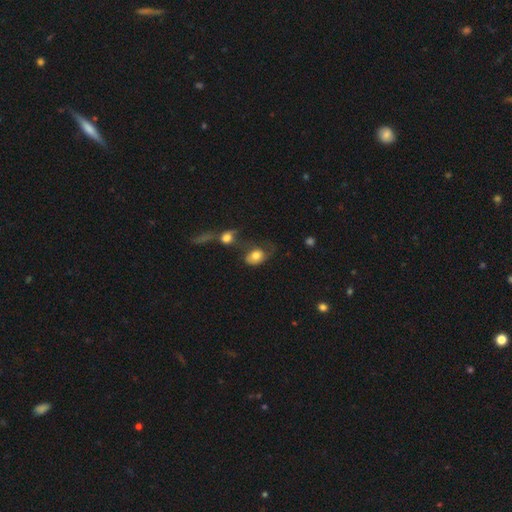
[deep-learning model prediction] smooth-or-featured: smooth: 70% | featured or disk: 22% | star or artifact: 8%
  how-rounded: in between: 69% | round: 30% | cigar-shaped: 1%
  merging: major disturbance: 30% | none: 27% | minor disturbance: 22% | merger: 21%